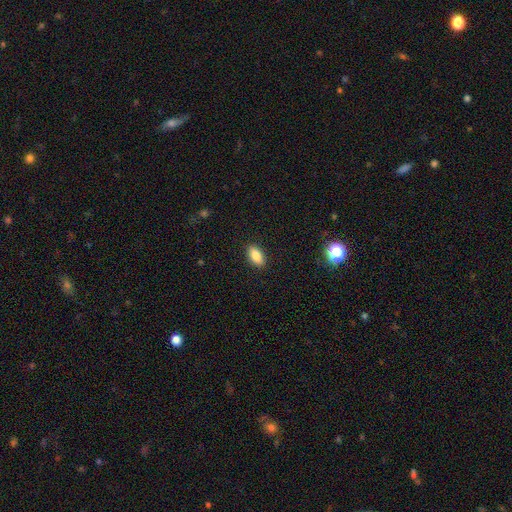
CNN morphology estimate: smooth-or-featured: smooth: 83% | featured or disk: 9% | star or artifact: 8%
  how-rounded: in between: 89% | cigar-shaped: 7% | round: 4%
  merging: none: 89% | minor disturbance: 8% | major disturbance: 2% | merger: 1%